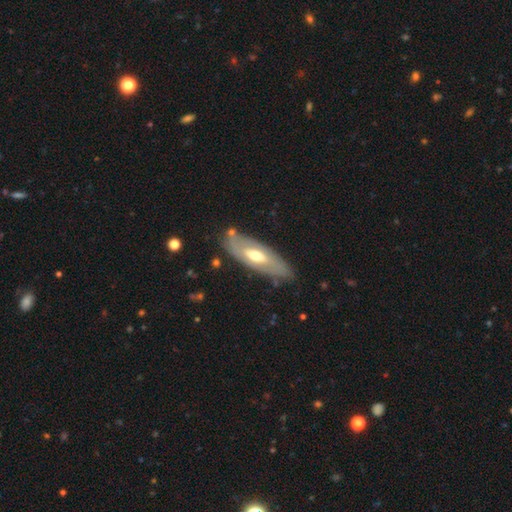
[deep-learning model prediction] This is possibly a featured or disk galaxy (59%). It is likely not viewed edge-on (70%). Merging: likely none (79%).